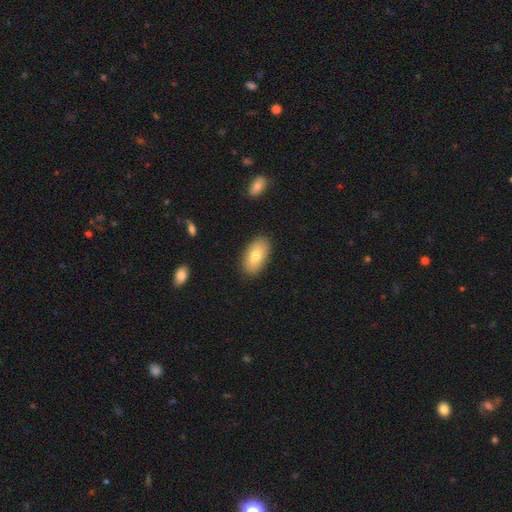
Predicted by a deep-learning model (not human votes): Smooth or featured?
  - smooth: 76% *
  - featured or disk: 18%
  - star or artifact: 7%
How rounded?
  - in between: 94% *
  - round: 4%
  - cigar-shaped: 2%
Merging?
  - none: 87% *
  - minor disturbance: 9%
  - major disturbance: 2%
  - merger: 1%